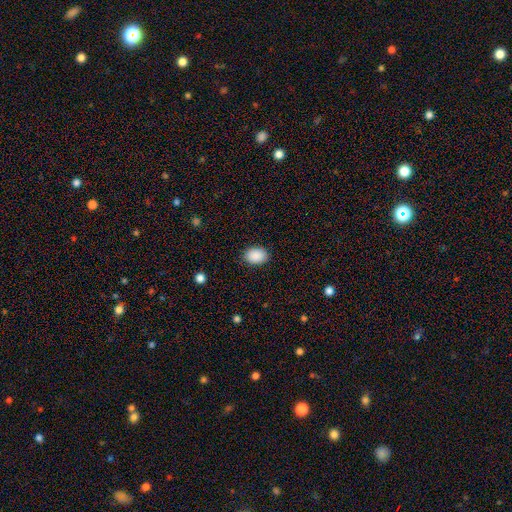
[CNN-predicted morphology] This is clearly a smooth galaxy (90%). How rounded: likely in between (74%). Merging: clearly none (88%).